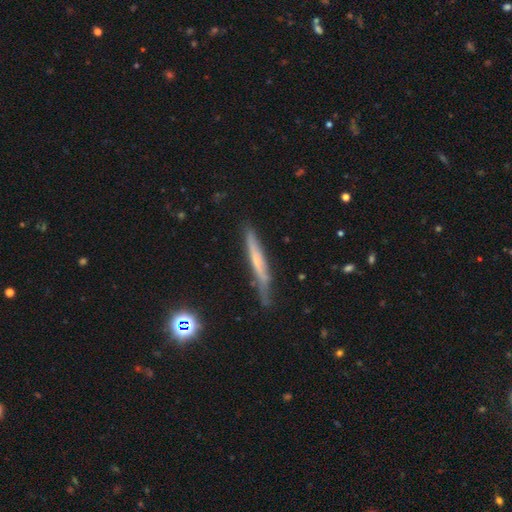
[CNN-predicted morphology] Q: Smooth or featured?
A: featured or disk (56%); runner-up: smooth (34%)
Q: Edge-on disk?
A: yes (92%); runner-up: no (8%)
Q: Edge-on bulge?
A: none (54%); runner-up: rounded (40%)
Q: Merging?
A: none (78%); runner-up: minor disturbance (17%)